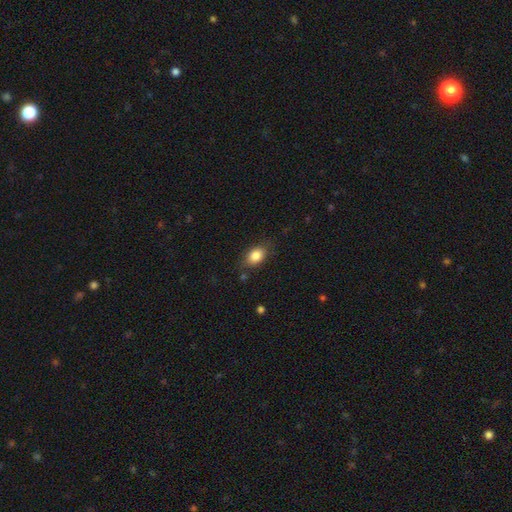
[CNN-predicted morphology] Smooth or featured: smooth — 84% (star or artifact — 8%)
How rounded: in between — 79% (round — 19%)
Merging: none — 77% (minor disturbance — 17%)